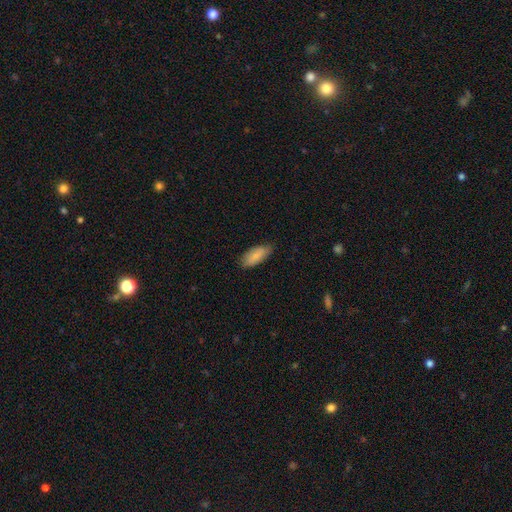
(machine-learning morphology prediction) This appears to be a smooth galaxy with no disk features (83%) that is in between round and cigar-shaped (84%). Merging: none (78%).